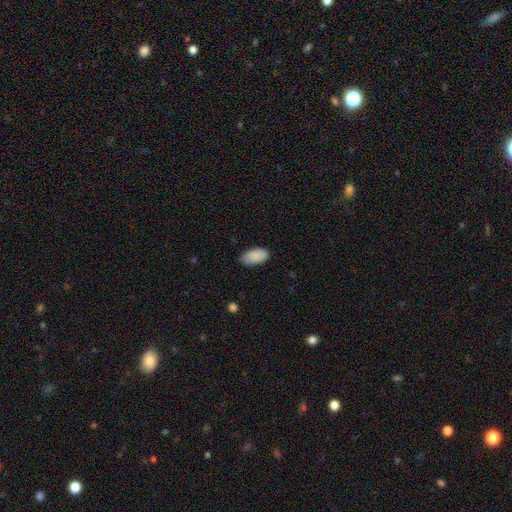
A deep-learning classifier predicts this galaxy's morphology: Smooth or featured?
  - smooth: 89% *
  - star or artifact: 6%
  - featured or disk: 5%
How rounded?
  - in between: 95% *
  - round: 3%
  - cigar-shaped: 2%
Merging?
  - none: 78% *
  - minor disturbance: 18%
  - major disturbance: 3%
  - merger: 1%